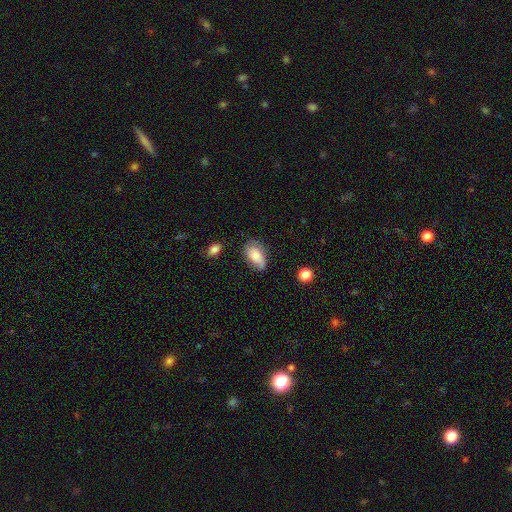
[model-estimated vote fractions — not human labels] smooth-or-featured: smooth: 70% | featured or disk: 23% | star or artifact: 8%
  how-rounded: in between: 92% | round: 6% | cigar-shaped: 2%
  merging: none: 57% | minor disturbance: 31% | major disturbance: 9% | merger: 3%